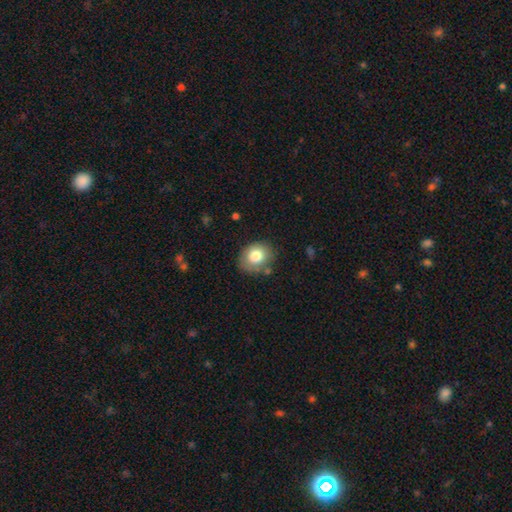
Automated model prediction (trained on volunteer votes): This appears to be a smooth galaxy with no disk features (80%) that is round (57%). Merging: none (78%).